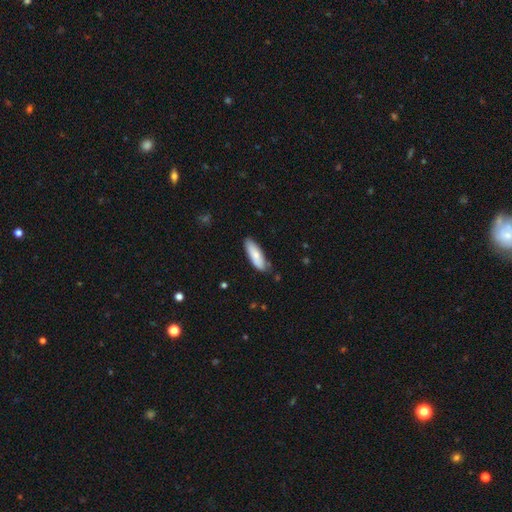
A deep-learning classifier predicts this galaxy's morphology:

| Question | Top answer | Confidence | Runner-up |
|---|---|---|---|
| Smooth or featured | smooth | 80% | featured or disk (15%) |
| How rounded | in between | 54% | cigar-shaped (45%) |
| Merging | none | 79% | minor disturbance (17%) |